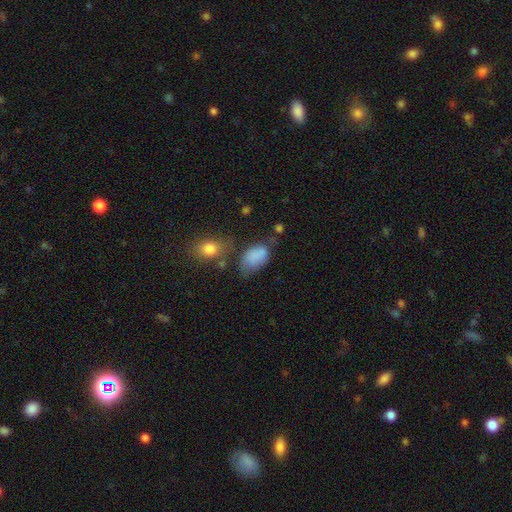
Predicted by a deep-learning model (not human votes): Overall: smooth (80%). How rounded: in between (89%). Merging: none (37%; minor disturbance 34%).